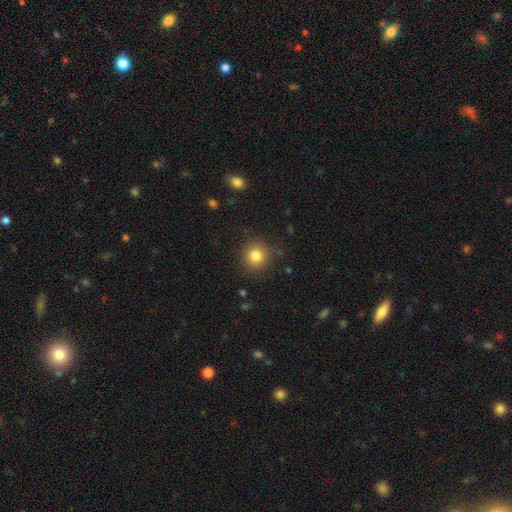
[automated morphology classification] smooth_or_featured: smooth (p=0.82) [alt: star or artifact p=0.11]
how_rounded: round (p=0.92) [alt: in between p=0.07]
merging: none (p=0.87) [alt: minor disturbance p=0.08]